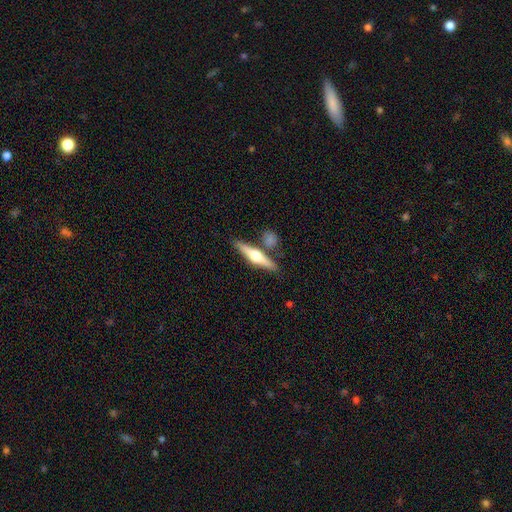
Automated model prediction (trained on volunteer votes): A featured or disk galaxy (63%) viewed edge-on (96%) with a rounded central bulge (94%).

Vote fractions:
- Smooth or featured? featured or disk: 63% / smooth: 31% / star or artifact: 5%
- Edge-on disk? yes: 96% / no: 4%
- Edge-on bulge? rounded: 94% / boxy: 4% / none: 3%
- Merging? none: 76% / merger: 11% / minor disturbance: 10% / major disturbance: 3%